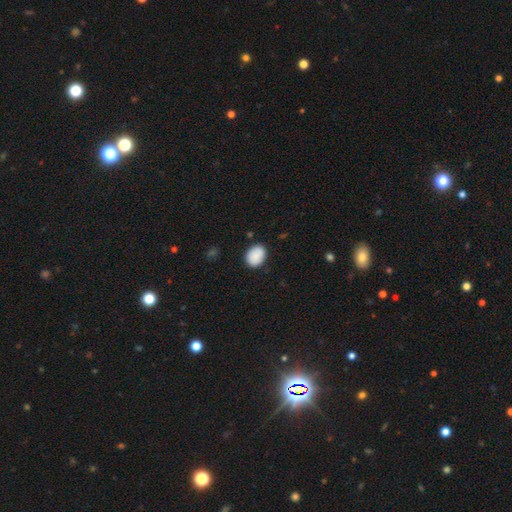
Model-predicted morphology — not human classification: Smooth or featured: smooth — 89% (star or artifact — 7%)
How rounded: in between — 64% (round — 35%)
Merging: none — 83% (minor disturbance — 13%)